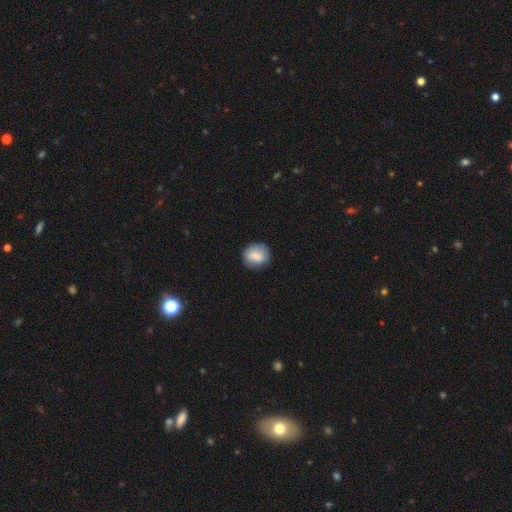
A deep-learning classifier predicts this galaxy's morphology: This appears to be a smooth galaxy with no disk features (77%) that is round (71%). Merging: none (79%).